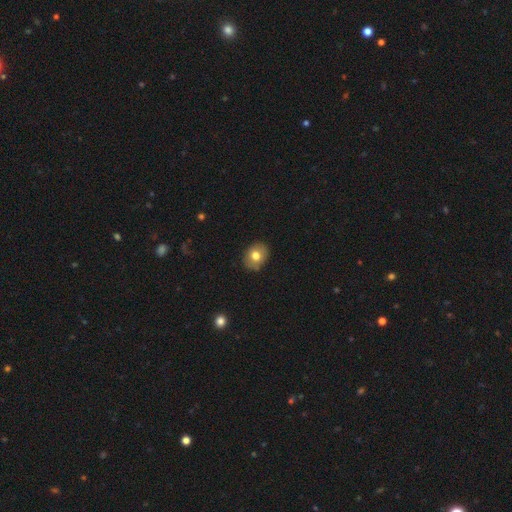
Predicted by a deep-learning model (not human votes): This is likely a smooth galaxy (75%). How rounded: possibly round (50%). Merging: clearly none (85%).